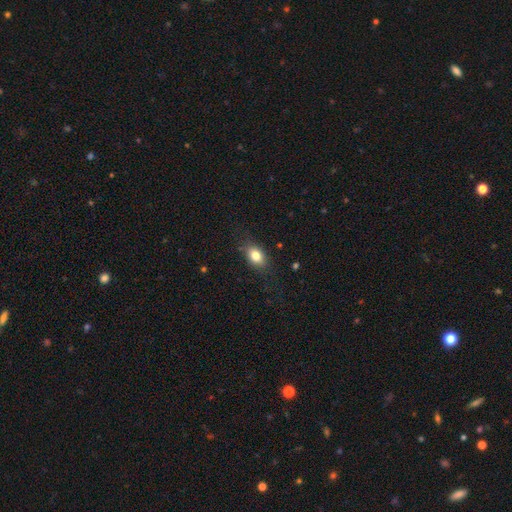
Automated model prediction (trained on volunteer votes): Smooth or featured? smooth (81%)
How rounded? in between (80%)
Merging? none (80%)